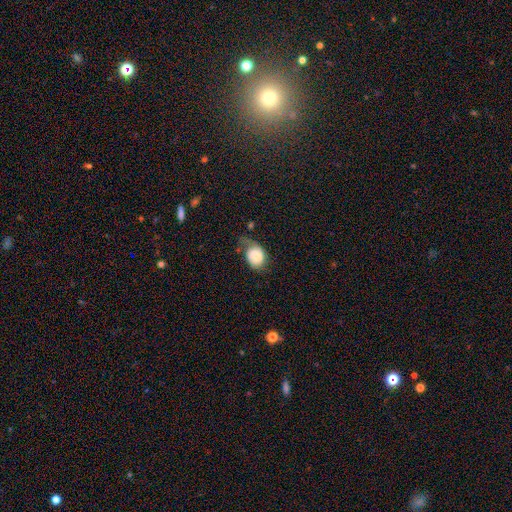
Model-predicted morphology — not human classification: This is likely a smooth galaxy (67%). How rounded: likely in between (60%). Merging: marginally minor disturbance (37%).